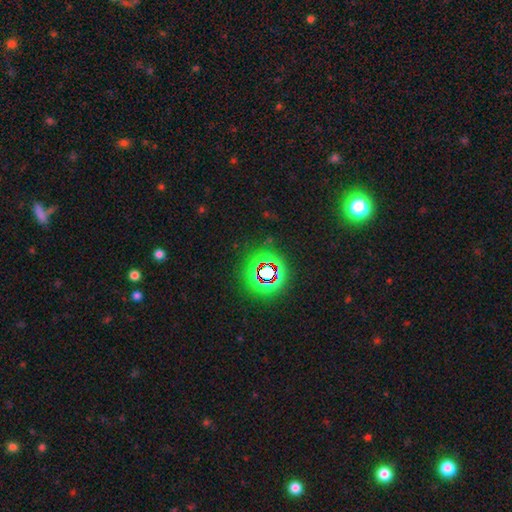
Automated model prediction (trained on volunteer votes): A star or artifact, not a galaxy (61%).

Vote fractions:
- Smooth or featured? star or artifact: 61% / smooth: 21% / featured or disk: 18%